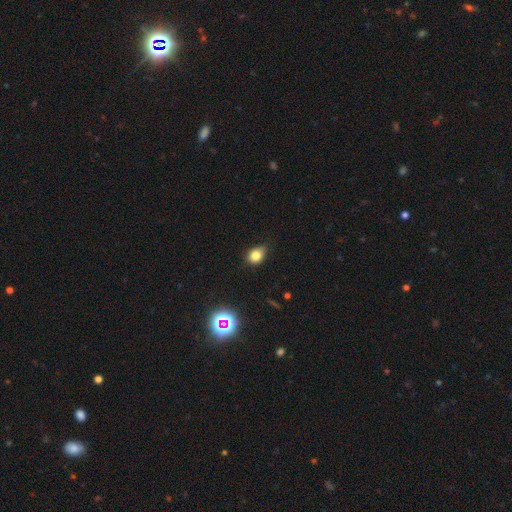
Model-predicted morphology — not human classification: A smooth galaxy with no disk features (78%) that is in between round and cigar-shaped (52%). Merging: none (67%).